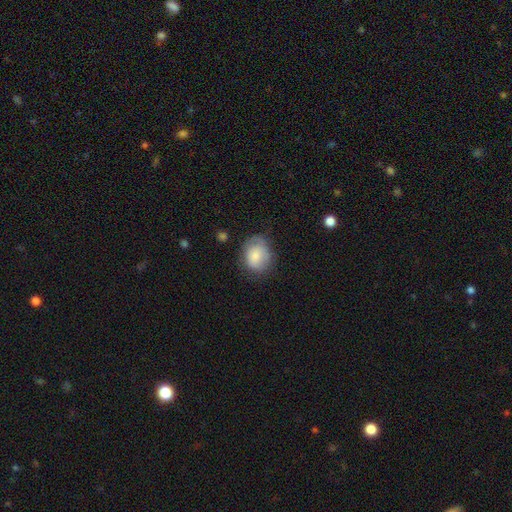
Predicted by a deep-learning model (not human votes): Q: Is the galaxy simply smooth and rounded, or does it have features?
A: smooth — 75%.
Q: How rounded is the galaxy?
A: in between — 52%.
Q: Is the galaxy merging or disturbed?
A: none — 62%.